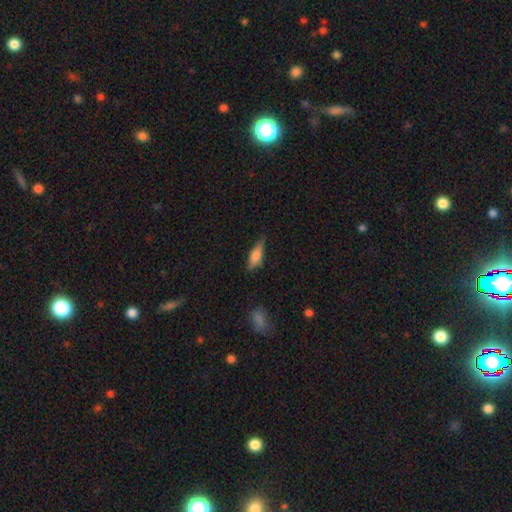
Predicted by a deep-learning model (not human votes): Smooth or featured?
  - smooth: 62% *
  - featured or disk: 31%
  - star or artifact: 7%
How rounded?
  - in between: 52% *
  - cigar-shaped: 45%
  - round: 3%
Merging?
  - none: 72% *
  - minor disturbance: 22%
  - major disturbance: 4%
  - merger: 2%